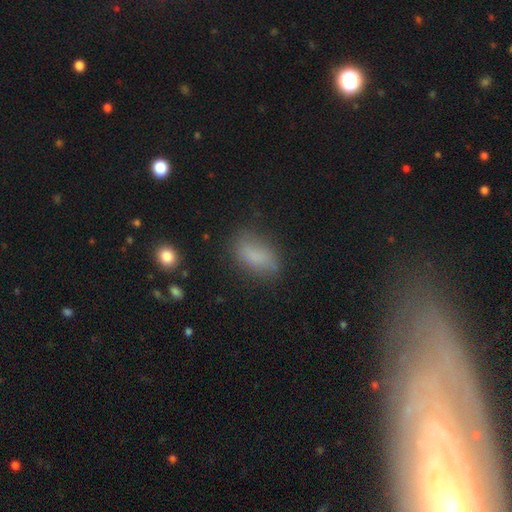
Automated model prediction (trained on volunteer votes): Smooth or featured? smooth (76%)
How rounded? in between (87%)
Merging? none (69%)